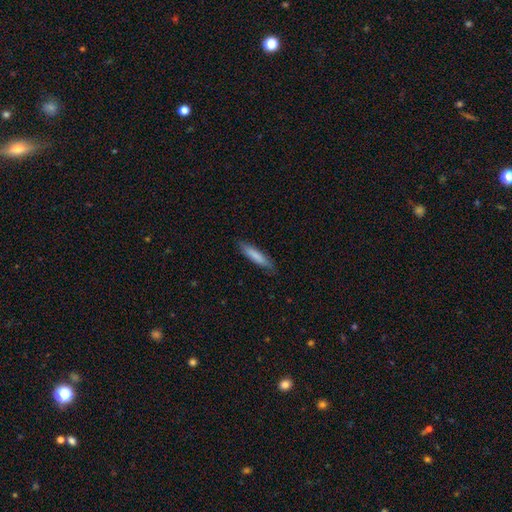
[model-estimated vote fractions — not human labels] Overall: smooth (81%). How rounded: cigar-shaped (86%). Merging: none (84%).